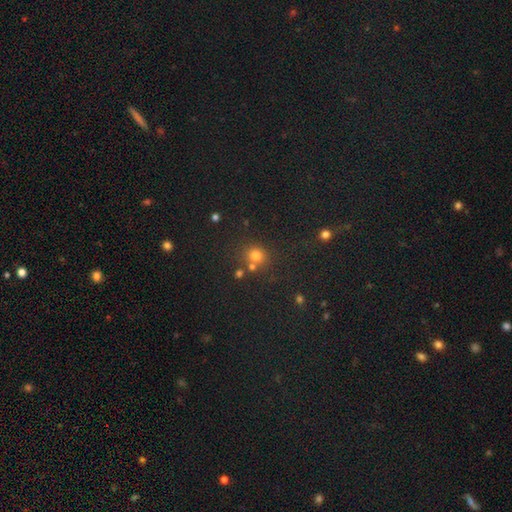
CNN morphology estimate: This appears to be a smooth galaxy with no disk features (72%) that is round (84%). Merging: none (68%).